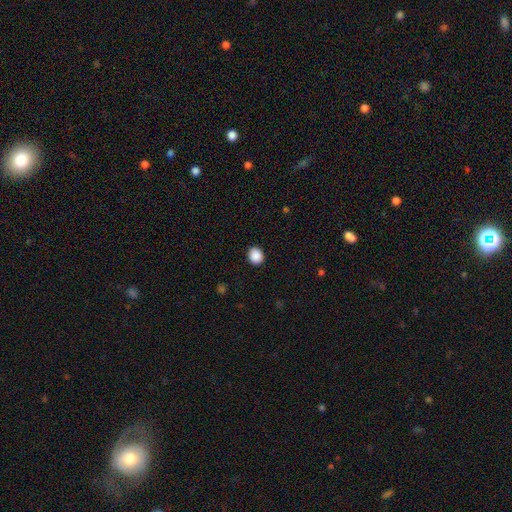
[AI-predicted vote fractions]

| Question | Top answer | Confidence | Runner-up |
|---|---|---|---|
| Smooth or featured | smooth | 89% | star or artifact (8%) |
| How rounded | round | 75% | in between (24%) |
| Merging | none | 91% | minor disturbance (6%) |